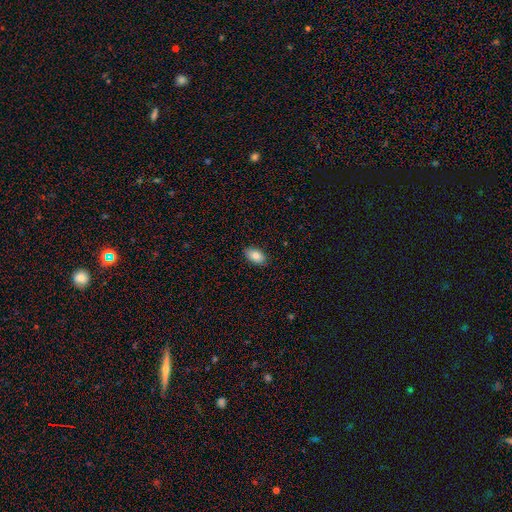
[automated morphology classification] A smooth galaxy with no disk features (83%) that is in between round and cigar-shaped (92%).

Vote fractions:
- Smooth or featured? smooth: 83% / featured or disk: 10% / star or artifact: 7%
- How rounded? in between: 92% / round: 6% / cigar-shaped: 2%
- Merging? none: 88% / minor disturbance: 9% / major disturbance: 2% / merger: 1%